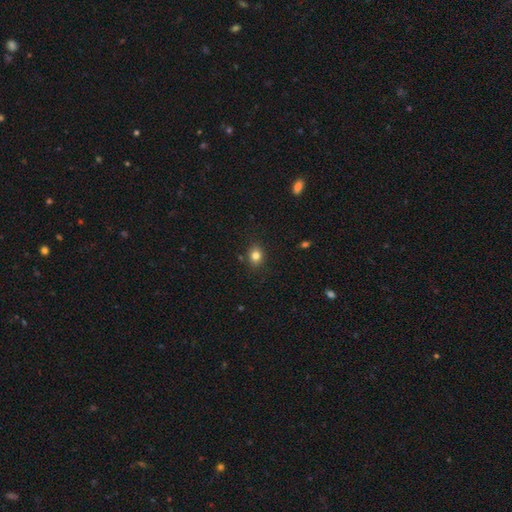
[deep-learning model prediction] This is clearly a smooth galaxy (82%). How rounded: possibly round (58%). Merging: clearly none (85%).